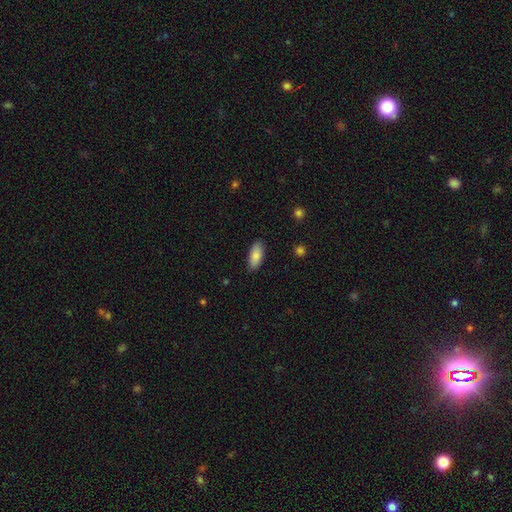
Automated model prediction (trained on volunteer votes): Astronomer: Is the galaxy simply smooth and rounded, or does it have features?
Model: smooth — 85%.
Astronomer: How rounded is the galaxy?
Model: in between — 85%.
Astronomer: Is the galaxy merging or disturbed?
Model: none — 88%.